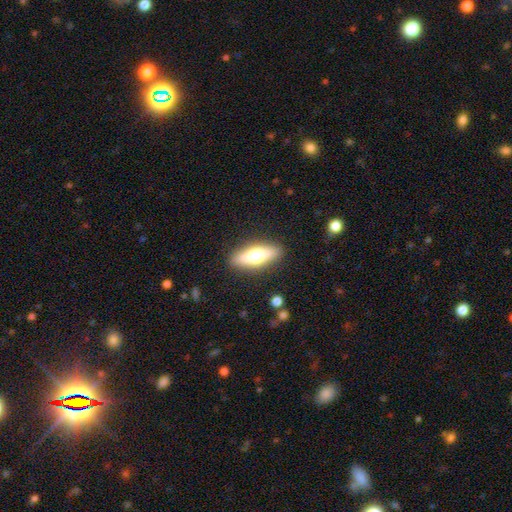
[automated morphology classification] Smooth or featured? Predicted: smooth (p=0.56). How rounded? Predicted: in between (p=0.57). Merging? Predicted: none (p=0.88).